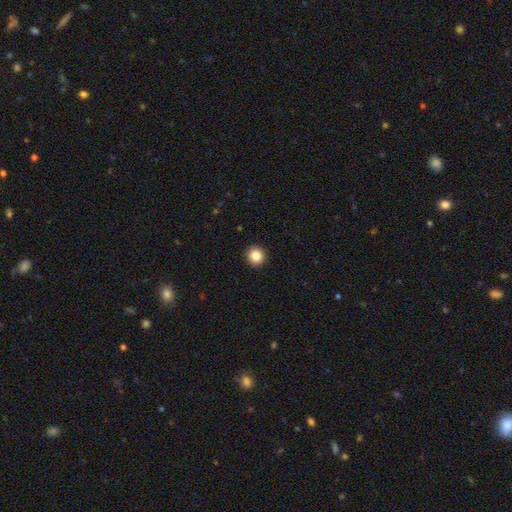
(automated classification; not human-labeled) Overall: smooth (85%). How rounded: round (93%). Merging: none (94%).